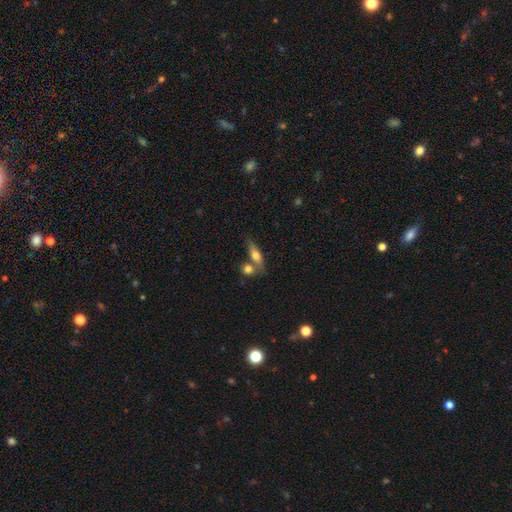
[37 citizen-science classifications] Smooth or featured: smooth — 57% (featured or disk — 38%)
How rounded: in between — 48% (cigar-shaped — 43%)
Merging: none — 51% (merger — 40%)